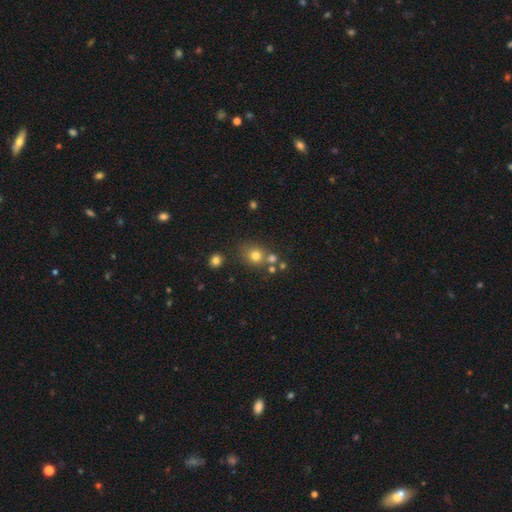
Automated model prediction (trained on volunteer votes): This appears to be a smooth galaxy with no disk features (74%) that is round (81%). Merging: none (62%).